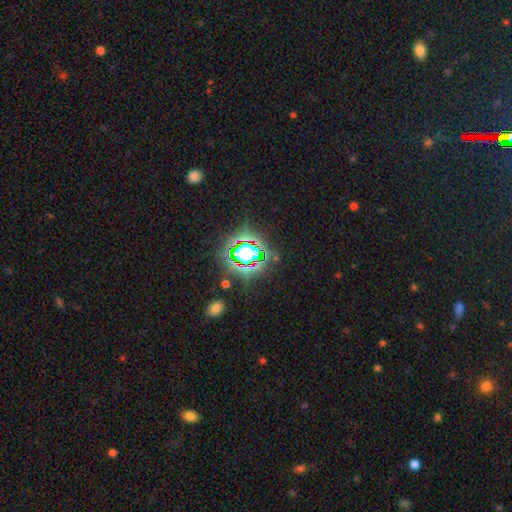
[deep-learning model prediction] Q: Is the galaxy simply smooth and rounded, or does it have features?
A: star or artifact — 81%.